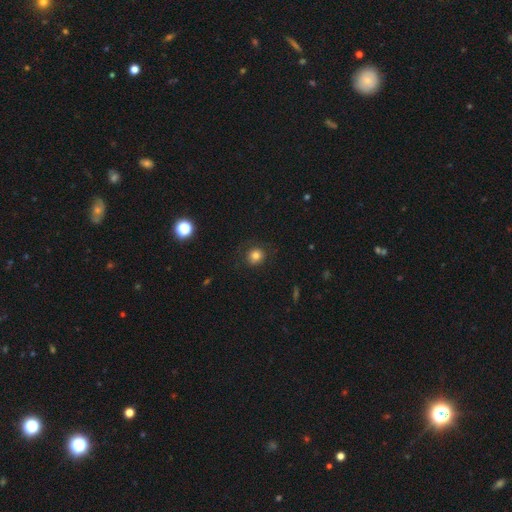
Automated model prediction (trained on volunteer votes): Smooth or featured? smooth (79%)
How rounded? round (87%)
Merging? none (81%)